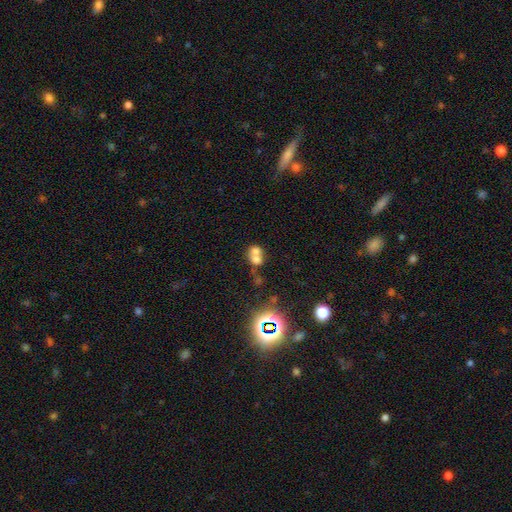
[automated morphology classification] This appears to be a smooth galaxy with no disk features (58%) that is round (58%). Merging: merger (67%).